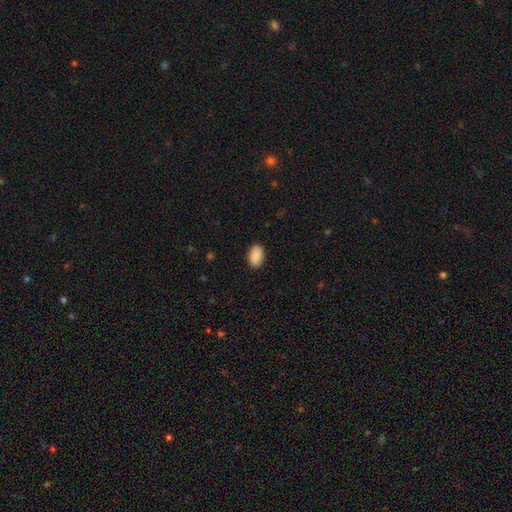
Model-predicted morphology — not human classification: A smooth galaxy with no disk features (85%) that is in between round and cigar-shaped (91%).

Vote fractions:
- Smooth or featured? smooth: 85% / featured or disk: 9% / star or artifact: 6%
- How rounded? in between: 91% / round: 8% / cigar-shaped: 1%
- Merging? none: 88% / minor disturbance: 9% / major disturbance: 2% / merger: 1%